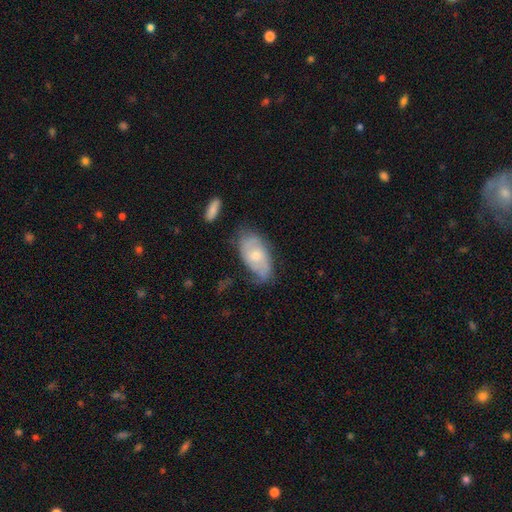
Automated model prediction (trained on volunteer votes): Q: Smooth or featured?
A: featured or disk (56%); runner-up: smooth (37%)
Q: Edge-on disk?
A: no (93%); runner-up: yes (7%)
Q: Bar?
A: no (71%); runner-up: weak (25%)
Q: Spiral arms?
A: yes (79%); runner-up: no (21%)
Q: Bulge size?
A: small (48%); runner-up: moderate (47%)
Q: Merging?
A: none (58%); runner-up: minor disturbance (29%)